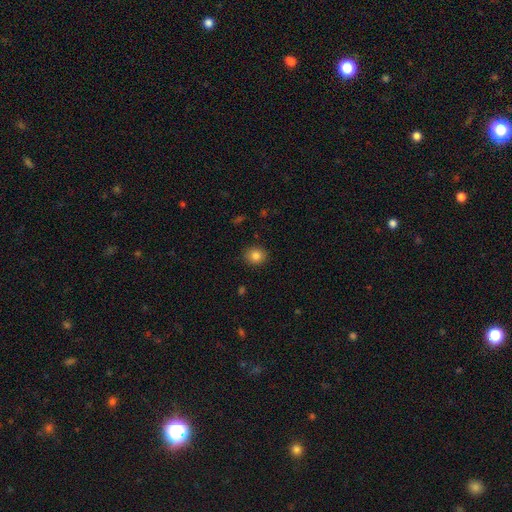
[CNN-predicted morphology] This appears to be a smooth galaxy with no disk features (84%) that is round (78%). Merging: none (90%).